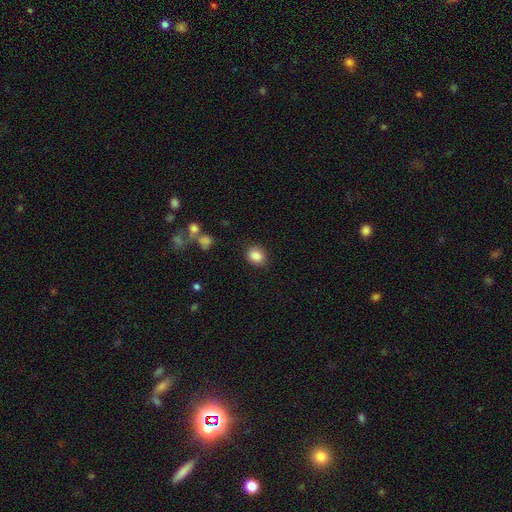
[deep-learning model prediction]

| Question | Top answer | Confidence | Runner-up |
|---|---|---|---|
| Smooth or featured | smooth | 87% | star or artifact (9%) |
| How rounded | round | 60% | in between (39%) |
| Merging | none | 85% | minor disturbance (10%) |